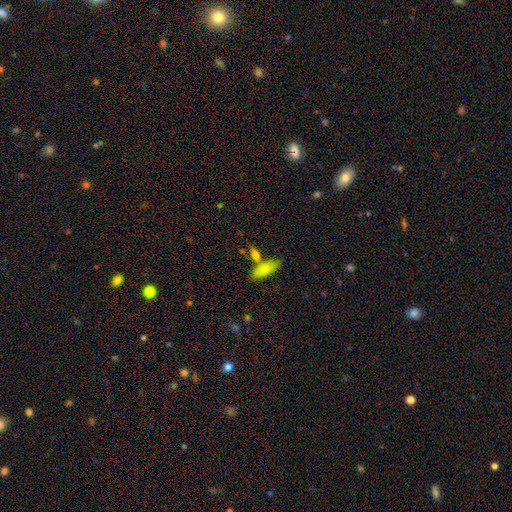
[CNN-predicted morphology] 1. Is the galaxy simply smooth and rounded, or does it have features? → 79% smooth, 12% featured or disk, 9% star or artifact.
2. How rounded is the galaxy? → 62% in between, 31% cigar-shaped, 7% round.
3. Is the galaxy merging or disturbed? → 59% none, 26% merger, 12% minor disturbance, 4% major disturbance.